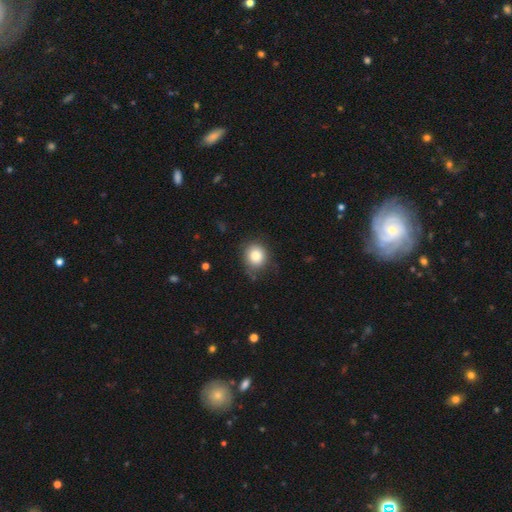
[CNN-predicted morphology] A smooth galaxy with no disk features (84%) that is round (79%). Merging: none (75%).